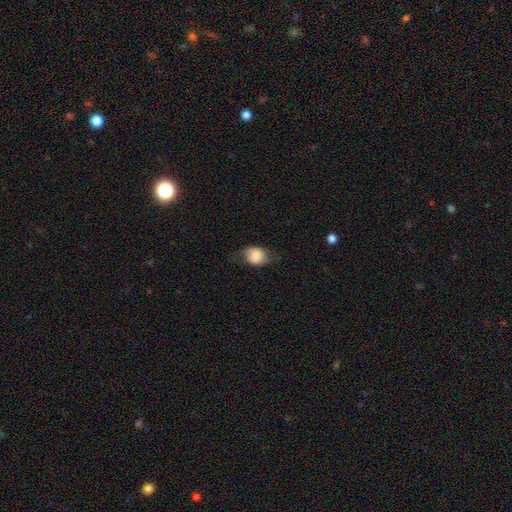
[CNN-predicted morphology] Smooth or featured?
  - smooth: 72% *
  - featured or disk: 20%
  - star or artifact: 8%
How rounded?
  - in between: 56% *
  - round: 43%
  - cigar-shaped: 1%
Merging?
  - none: 55% *
  - minor disturbance: 30%
  - major disturbance: 14%
  - merger: 1%